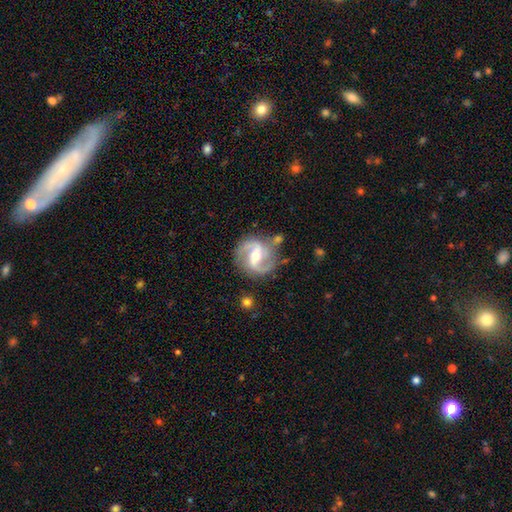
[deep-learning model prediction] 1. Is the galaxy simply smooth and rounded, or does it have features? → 89% featured or disk, 6% smooth, 5% star or artifact.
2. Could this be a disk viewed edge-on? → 98% no, 2% yes.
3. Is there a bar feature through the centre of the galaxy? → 44% strong, 38% weak, 18% no.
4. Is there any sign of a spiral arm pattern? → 97% yes, 3% no.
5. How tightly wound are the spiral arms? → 54% medium, 30% loose, 16% tight.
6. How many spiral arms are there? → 92% 2, 2% can't tell, 2% 3, 1% 1, 1% 4, 1% more than 4.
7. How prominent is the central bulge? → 61% moderate, 34% small, 3% large, 1% none, 1% dominant.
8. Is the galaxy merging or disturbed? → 76% none, 14% minor disturbance, 5% major disturbance, 4% merger.